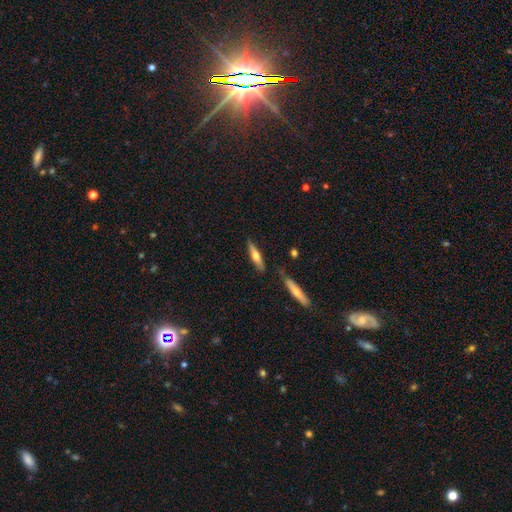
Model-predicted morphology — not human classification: This is possibly a smooth galaxy (50%). Merging: likely none (77%).